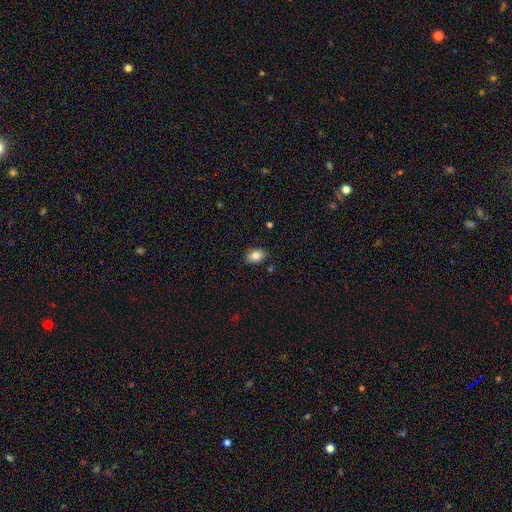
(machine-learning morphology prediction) Q: Smooth or featured?
A: smooth (83%); runner-up: star or artifact (8%)
Q: How rounded?
A: in between (79%); runner-up: round (20%)
Q: Merging?
A: none (83%); runner-up: minor disturbance (13%)